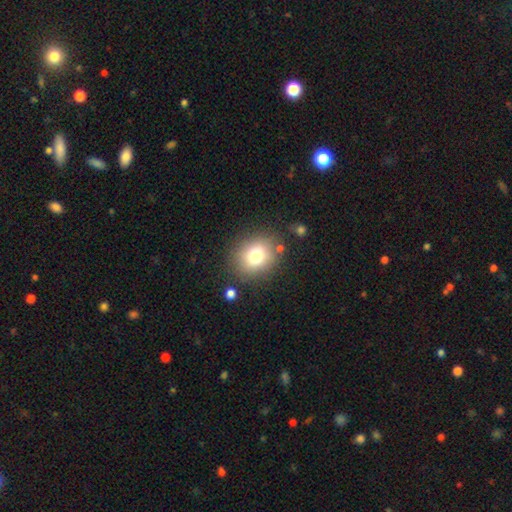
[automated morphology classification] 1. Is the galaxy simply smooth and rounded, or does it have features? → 76% smooth, 12% star or artifact, 12% featured or disk.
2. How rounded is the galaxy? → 68% round, 31% in between, 1% cigar-shaped.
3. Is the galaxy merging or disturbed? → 81% none, 11% minor disturbance, 4% major disturbance, 4% merger.